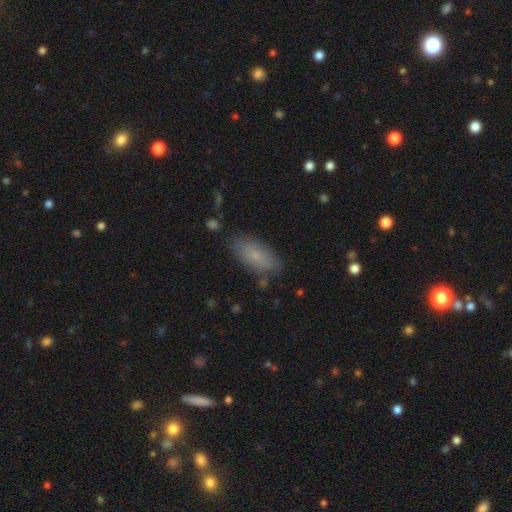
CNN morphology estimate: The model was most divided on "smooth or featured": smooth: 77%, featured or disk: 15%, star or artifact: 8%. More confident: how rounded — in between (84%); merging — none (81%).